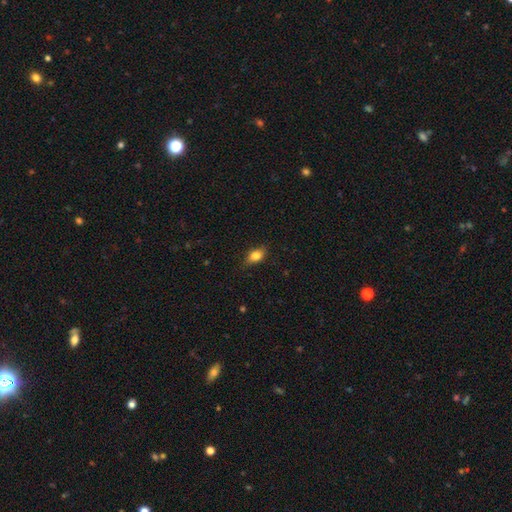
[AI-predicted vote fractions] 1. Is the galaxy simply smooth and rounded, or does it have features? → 81% smooth, 11% featured or disk, 8% star or artifact.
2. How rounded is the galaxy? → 81% in between, 14% round, 6% cigar-shaped.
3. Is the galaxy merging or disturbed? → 81% none, 15% minor disturbance, 3% major disturbance, 1% merger.